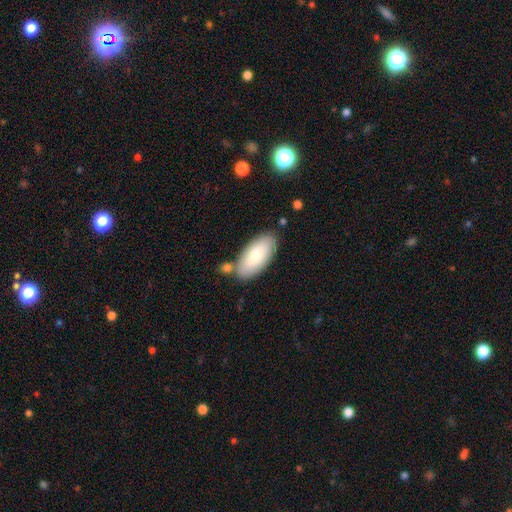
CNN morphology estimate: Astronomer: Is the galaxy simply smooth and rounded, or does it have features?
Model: smooth — 77%.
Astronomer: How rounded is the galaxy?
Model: in between — 92%.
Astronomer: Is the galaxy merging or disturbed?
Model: none — 73%.